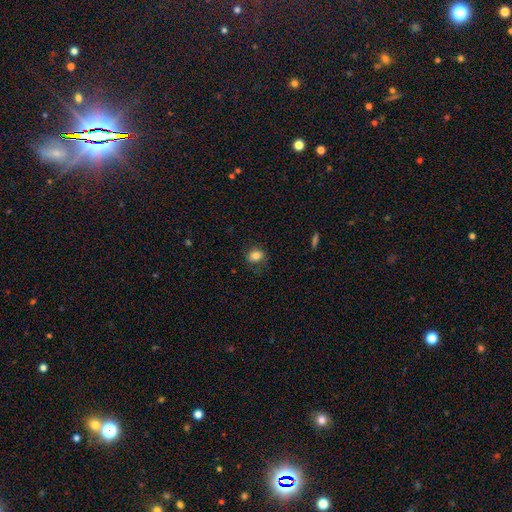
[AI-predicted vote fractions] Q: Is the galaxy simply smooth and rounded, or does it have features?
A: smooth — 81%.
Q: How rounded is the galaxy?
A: in between — 54%.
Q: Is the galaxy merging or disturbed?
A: none — 75%.